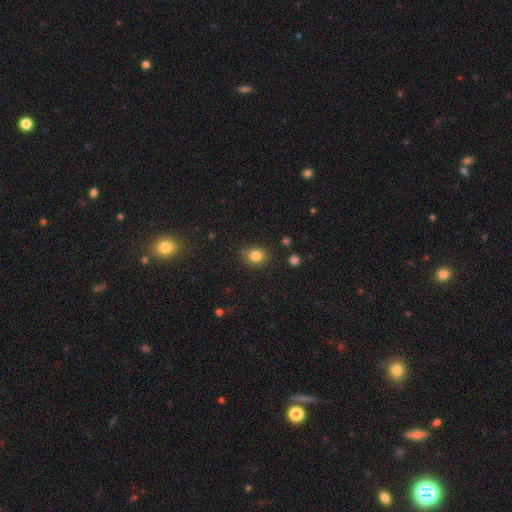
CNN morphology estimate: smooth_or_featured: smooth (p=0.83) [alt: star or artifact p=0.11]
how_rounded: round (p=0.69) [alt: in between p=0.30]
merging: none (p=0.81) [alt: minor disturbance p=0.13]